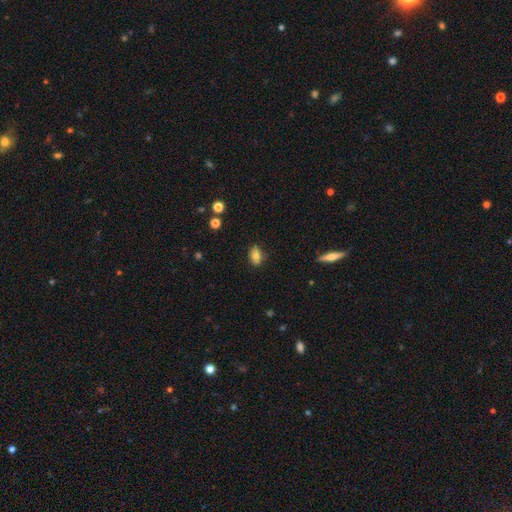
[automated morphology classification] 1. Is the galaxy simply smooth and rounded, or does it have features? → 76% smooth, 14% featured or disk, 10% star or artifact.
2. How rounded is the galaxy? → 83% in between, 14% round, 3% cigar-shaped.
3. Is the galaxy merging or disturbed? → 80% none, 15% minor disturbance, 3% major disturbance, 2% merger.